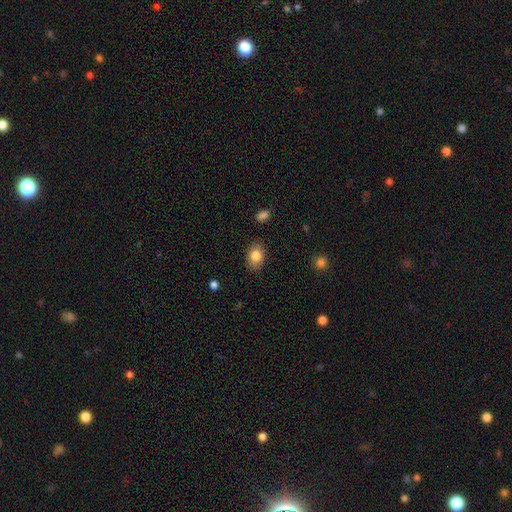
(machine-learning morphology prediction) A smooth galaxy with no disk features (83%) that is in between round and cigar-shaped (76%). Merging: none (86%).